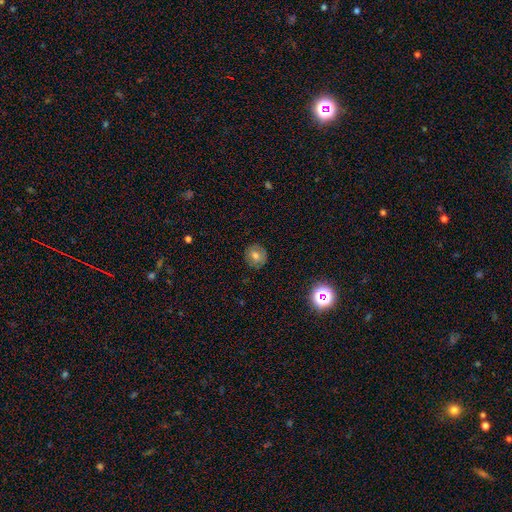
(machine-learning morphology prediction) type=smooth (69%); roundness=round (89%); merging=none (87%).